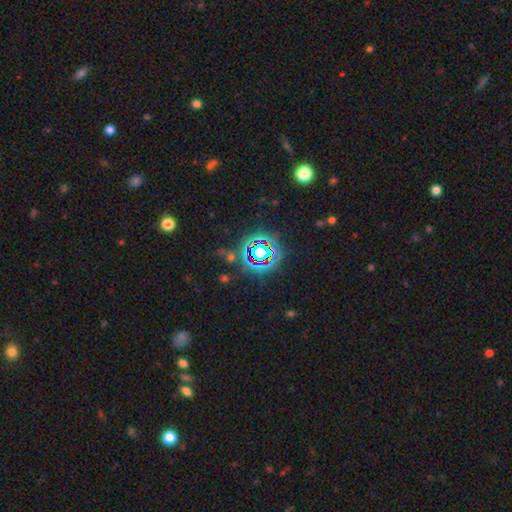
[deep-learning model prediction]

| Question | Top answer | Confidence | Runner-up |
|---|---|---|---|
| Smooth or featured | star or artifact | 74% | smooth (15%) |